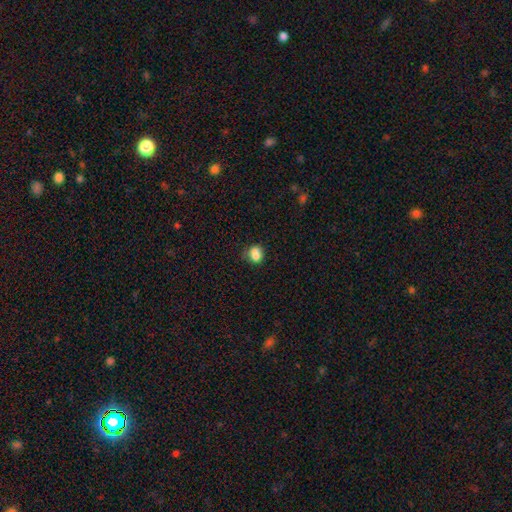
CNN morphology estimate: smooth_or_featured: smooth (p=0.83) [alt: star or artifact p=0.11]
how_rounded: round (p=0.51) [alt: in between p=0.48]
merging: none (p=0.63) [alt: minor disturbance p=0.26]